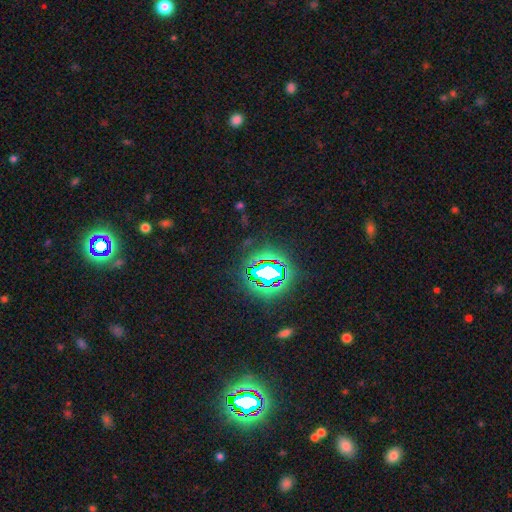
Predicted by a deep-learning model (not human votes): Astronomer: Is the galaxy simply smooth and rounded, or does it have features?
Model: star or artifact — 83%.